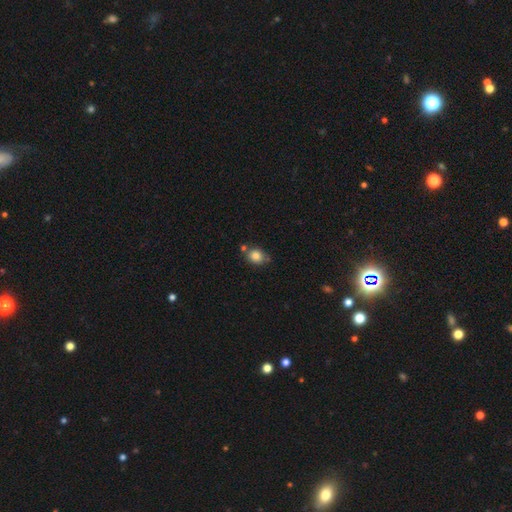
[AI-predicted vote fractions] This is clearly a smooth galaxy (83%). How rounded: likely round (61%). Merging: likely none (64%).